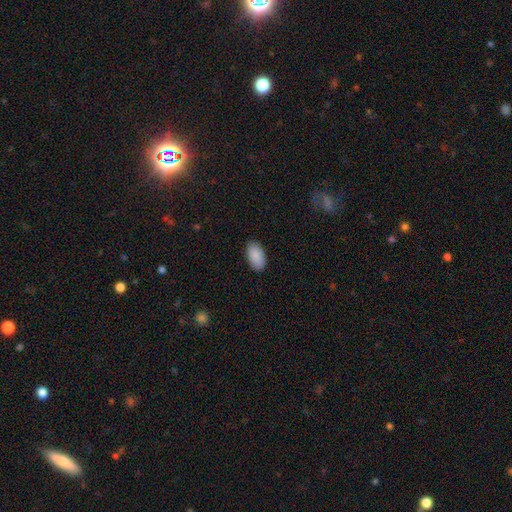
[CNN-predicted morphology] smooth 89%, star or artifact 6%, featured or disk 5%. Down the decision tree: how rounded — in between (95%); merging — none (86%).